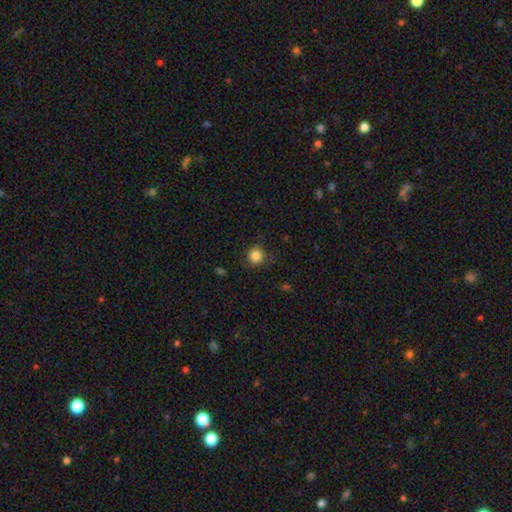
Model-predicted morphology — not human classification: Overall: smooth (85%). How rounded: round (91%). Merging: none (84%).